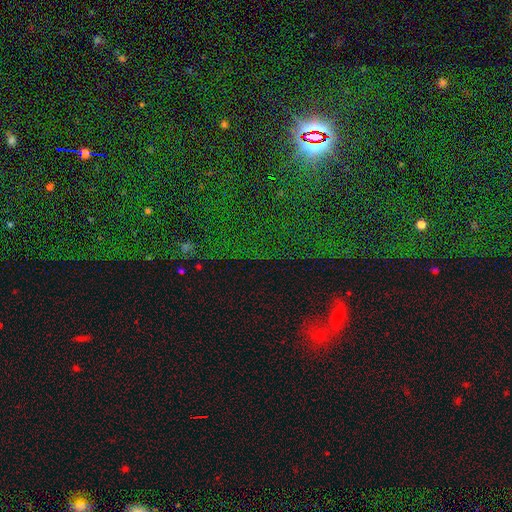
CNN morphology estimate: This appears to be a star or artifact, not a galaxy (78%).